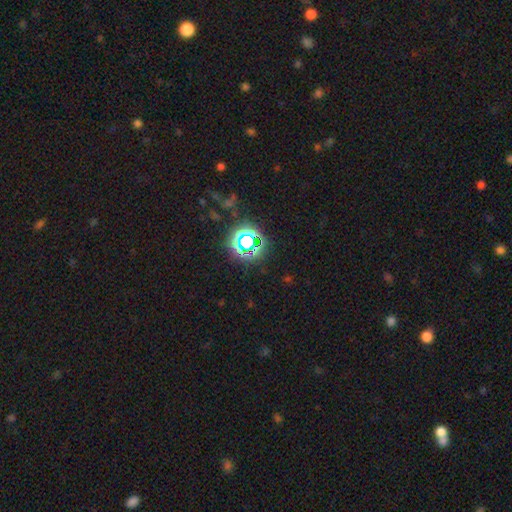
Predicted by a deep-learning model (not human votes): A star or artifact, not a galaxy (75%).